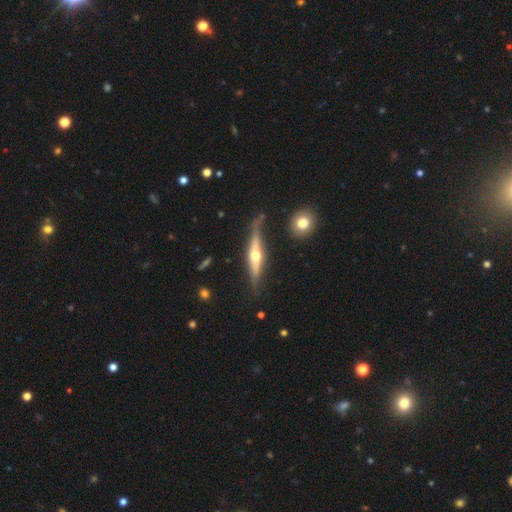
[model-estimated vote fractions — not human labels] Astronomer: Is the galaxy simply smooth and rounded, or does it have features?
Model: featured or disk — 72%.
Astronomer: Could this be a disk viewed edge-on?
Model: yes — 94%.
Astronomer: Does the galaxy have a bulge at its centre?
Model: rounded — 93%.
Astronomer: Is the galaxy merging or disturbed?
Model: none — 71%.